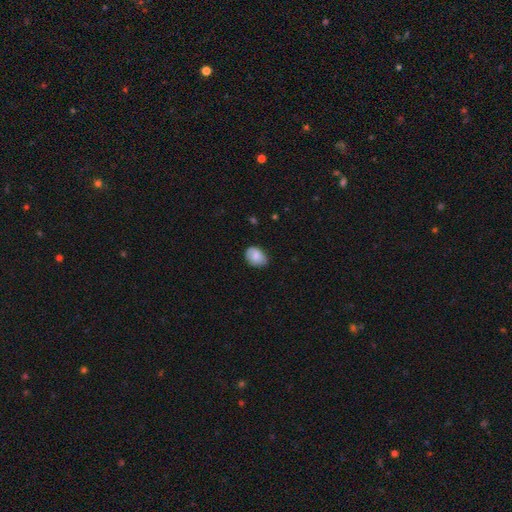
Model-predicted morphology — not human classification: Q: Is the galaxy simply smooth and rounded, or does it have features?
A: smooth — 79%.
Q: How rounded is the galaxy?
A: in between — 72%.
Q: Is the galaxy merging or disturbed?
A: none — 71%.